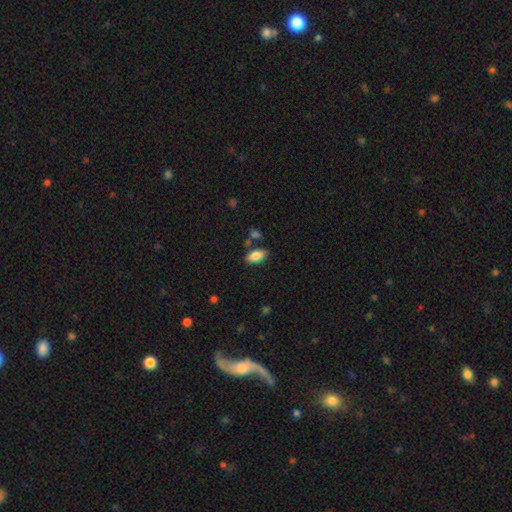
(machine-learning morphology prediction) Smooth or featured? Predicted: smooth (p=0.87). How rounded? Predicted: in between (p=0.92). Merging? Predicted: none (p=0.77).